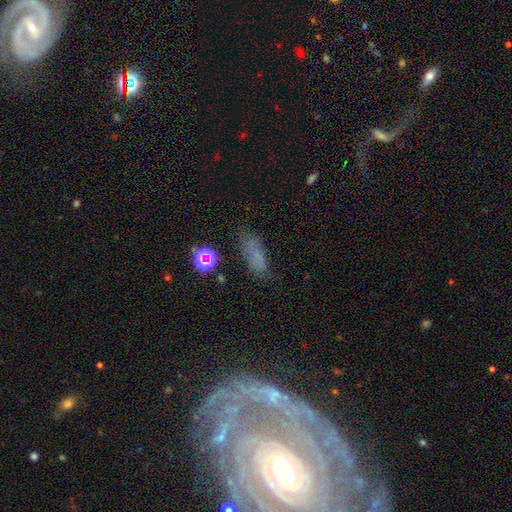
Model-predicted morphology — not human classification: type=smooth (58%); roundness=in between (67%); merging=none (64%).